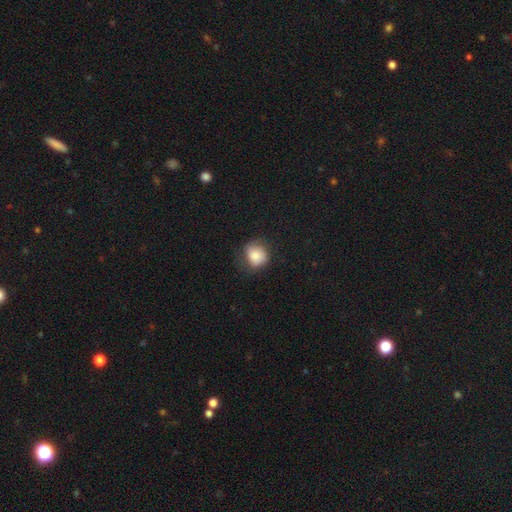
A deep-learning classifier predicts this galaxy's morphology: Smooth or featured?
  - smooth: 82% *
  - featured or disk: 9%
  - star or artifact: 8%
How rounded?
  - round: 71% *
  - in between: 28%
  - cigar-shaped: 1%
Merging?
  - none: 64% *
  - minor disturbance: 26%
  - major disturbance: 9%
  - merger: 1%